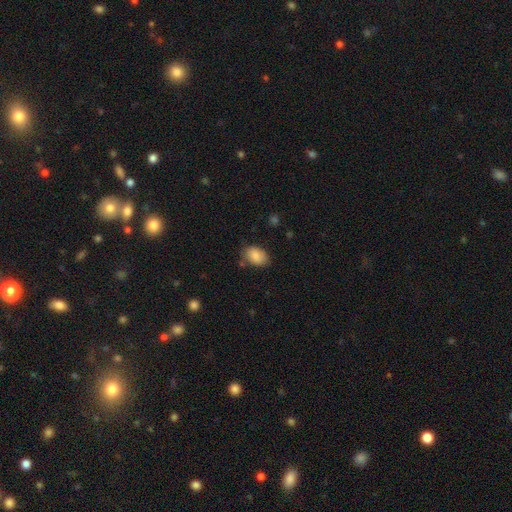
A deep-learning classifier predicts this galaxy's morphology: type=smooth (87%); roundness=in between (83%); merging=none (75%).